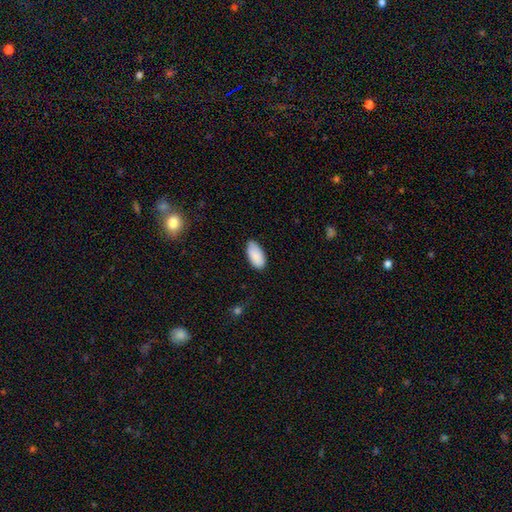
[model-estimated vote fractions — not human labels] This is clearly a smooth galaxy (90%). How rounded: clearly in between (94%). Merging: likely none (79%).